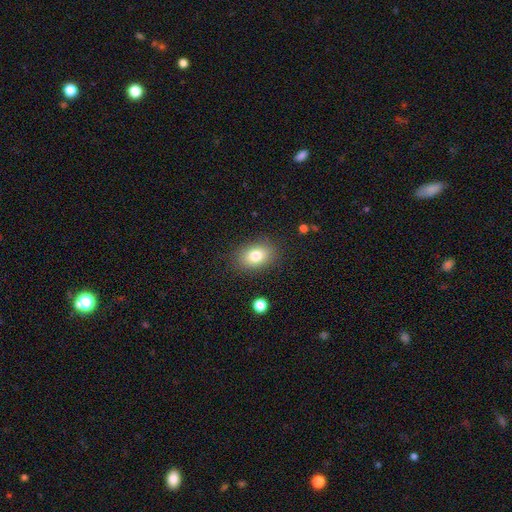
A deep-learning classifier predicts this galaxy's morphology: Smooth or featured? Predicted: smooth (p=0.80). How rounded? Predicted: in between (p=0.78). Merging? Predicted: none (p=0.85).